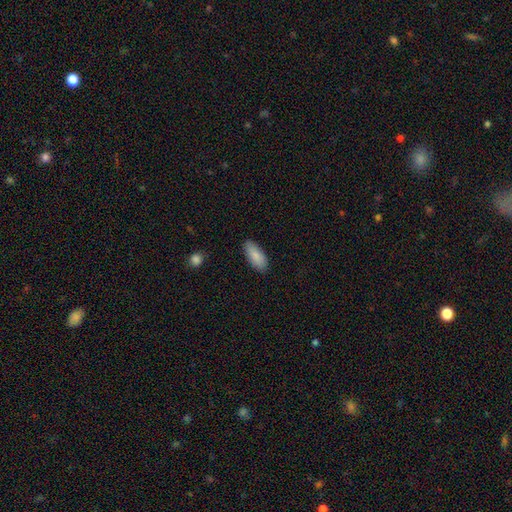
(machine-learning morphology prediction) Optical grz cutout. It shows a smooth galaxy with no disk features (87%) that is in between round and cigar-shaped (82%). Merging: none (85%).